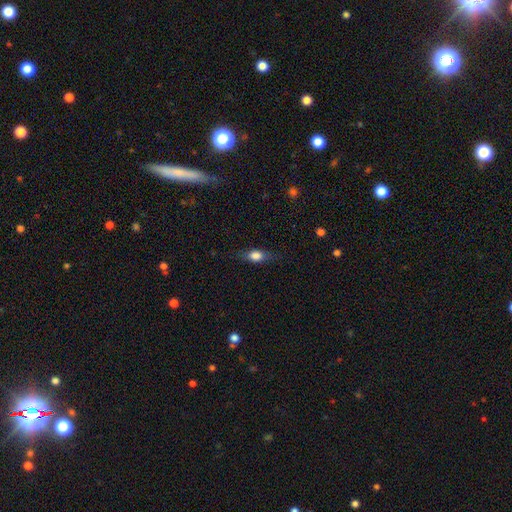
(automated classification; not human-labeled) This appears to be a smooth galaxy with no disk features (70%) that is in between round and cigar-shaped (67%). Merging: none (78%).